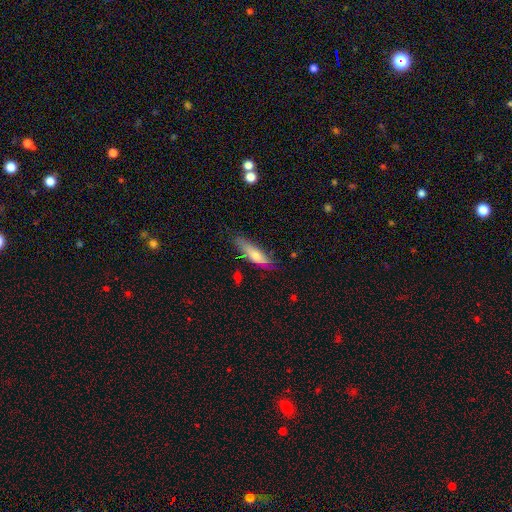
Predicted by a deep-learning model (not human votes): Smooth or featured? Predicted: smooth (p=0.54). How rounded? Predicted: cigar-shaped (p=0.70). Merging? Predicted: none (p=0.71).